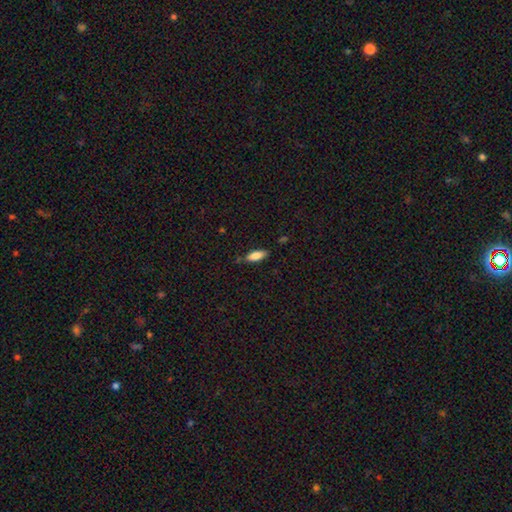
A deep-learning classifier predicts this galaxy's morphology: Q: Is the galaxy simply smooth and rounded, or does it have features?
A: smooth — 84%.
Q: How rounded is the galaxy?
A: in between — 71%.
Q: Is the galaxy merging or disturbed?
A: none — 75%.